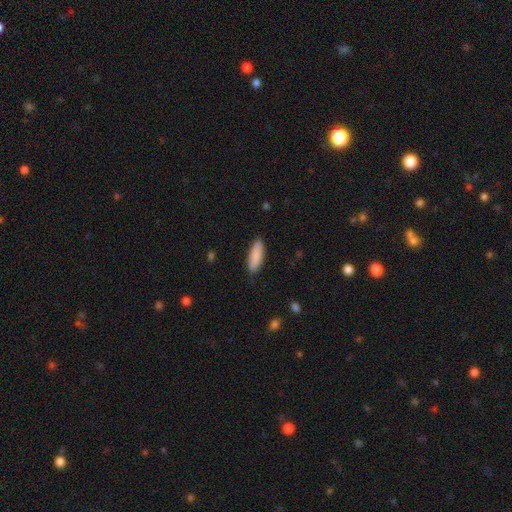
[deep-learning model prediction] A smooth galaxy with no disk features (89%) that is in between round and cigar-shaped (57%). Merging: none (87%).